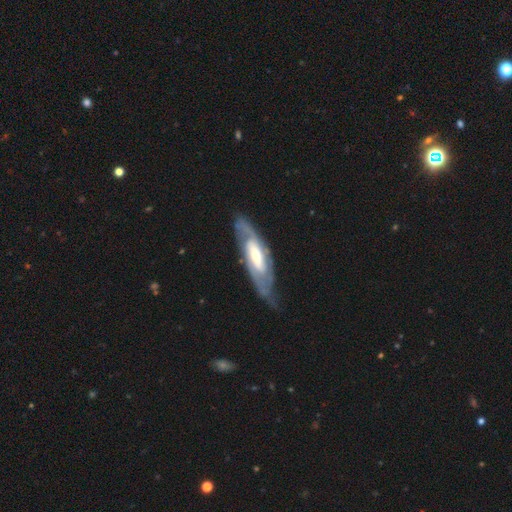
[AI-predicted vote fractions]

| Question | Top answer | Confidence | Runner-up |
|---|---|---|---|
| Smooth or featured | featured or disk | 81% | smooth (14%) |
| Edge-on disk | no | 80% | yes (20%) |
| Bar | weak | 41% | no (38%) |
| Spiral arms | yes | 89% | no (11%) |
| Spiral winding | tight | 48% | medium (40%) |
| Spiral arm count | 2 | 64% | can't tell (25%) |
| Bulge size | moderate | 56% | small (27%) |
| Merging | none | 73% | minor disturbance (19%) |